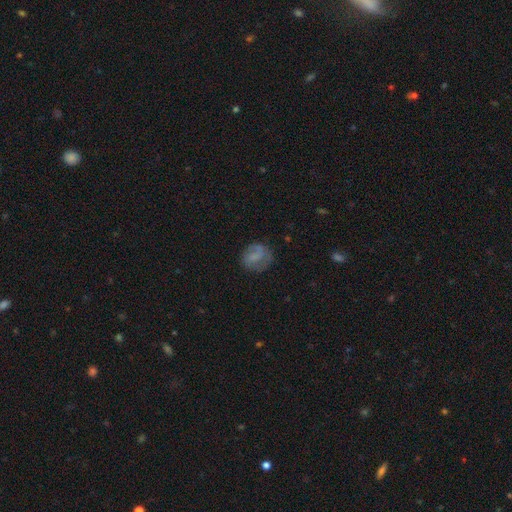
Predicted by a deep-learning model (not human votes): A smooth galaxy with no disk features (47%). Merging: none (66%).